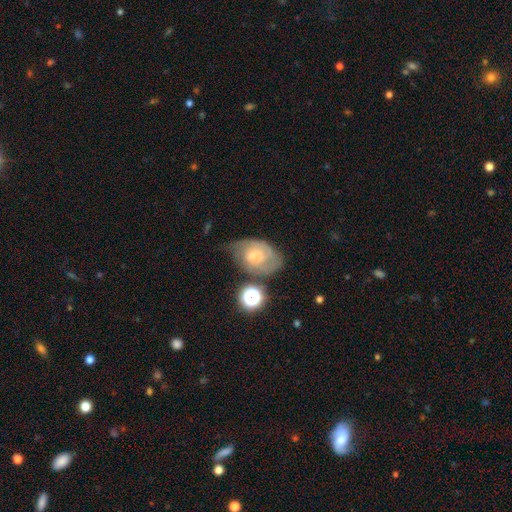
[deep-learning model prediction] smooth-or-featured: featured or disk: 61% | smooth: 29% | star or artifact: 10%
  disk-edge-on: no: 96% | yes: 4%
    bar: no: 61% | weak: 33% | strong: 5%
    has-spiral-arms: yes: 83% | no: 17%
    bulge-size: small: 41% | moderate: 31% | none: 17% | large: 9% | dominant: 2%
  merging: none: 45% | minor disturbance: 29% | major disturbance: 19% | merger: 8%